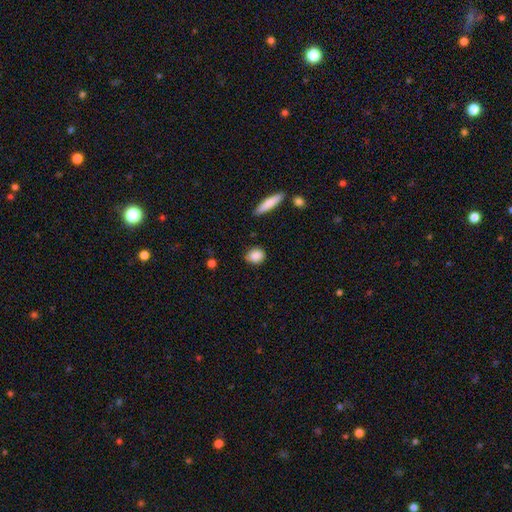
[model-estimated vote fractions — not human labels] smooth-or-featured: smooth: 87% | star or artifact: 8% | featured or disk: 5%
  how-rounded: round: 64% | in between: 33% | cigar-shaped: 3%
  merging: none: 83% | minor disturbance: 13% | major disturbance: 3% | merger: 2%